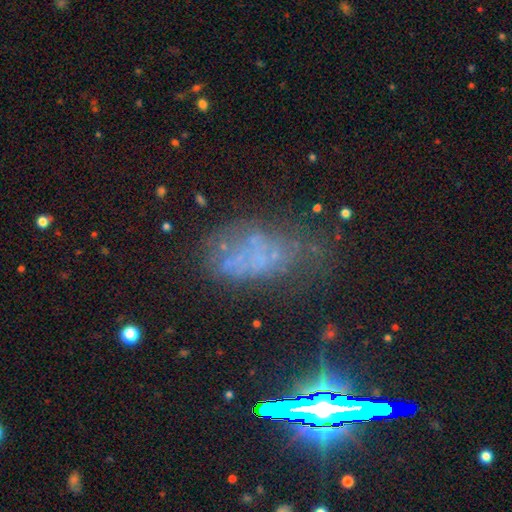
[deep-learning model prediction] The model was most divided on "smooth or featured": featured or disk: 39%, smooth: 32%, star or artifact: 29%. Remaining: merging — none (40%).